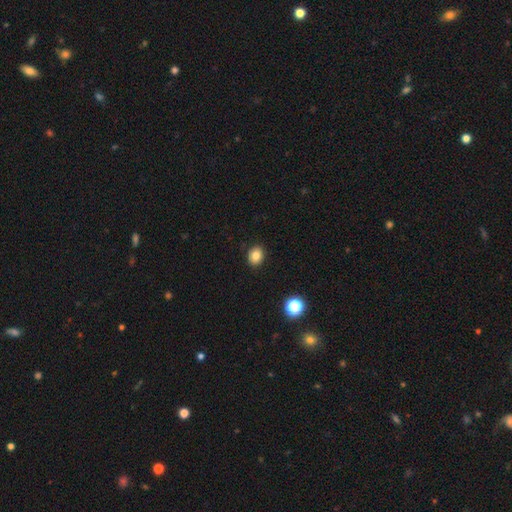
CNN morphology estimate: This is clearly a smooth galaxy (82%). How rounded: possibly round (55%). Merging: clearly none (90%).